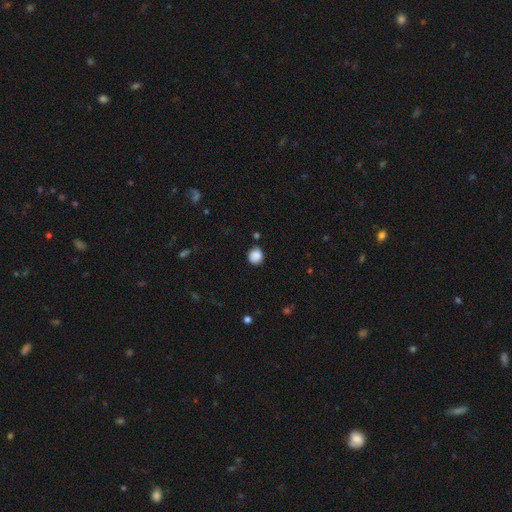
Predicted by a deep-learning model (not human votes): The model was most divided on "how rounded": round: 85%, in between: 14%, cigar-shaped: 1%. More confident: smooth or featured — smooth (87%); merging — none (83%).